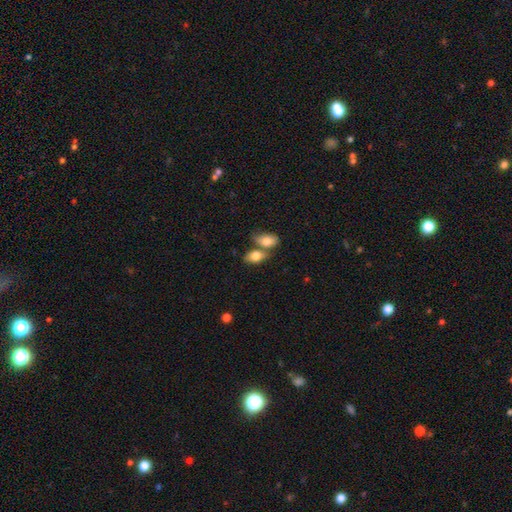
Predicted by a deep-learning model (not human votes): Overall: smooth (81%). How rounded: in between (88%). Merging: merger (50%; none 37%).